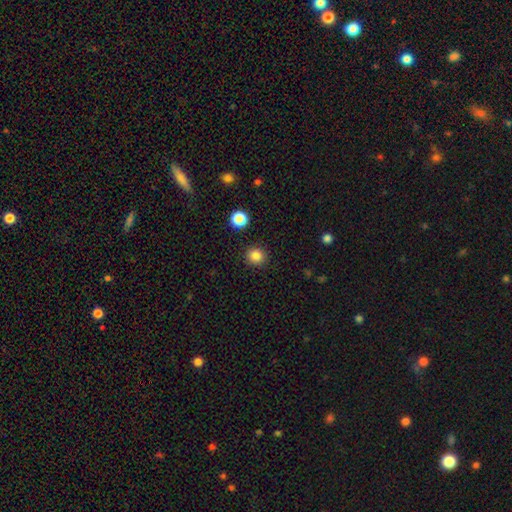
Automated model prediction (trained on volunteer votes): Q: Smooth or featured?
A: smooth (85%); runner-up: star or artifact (12%)
Q: How rounded?
A: round (89%); runner-up: in between (10%)
Q: Merging?
A: none (91%); runner-up: minor disturbance (5%)